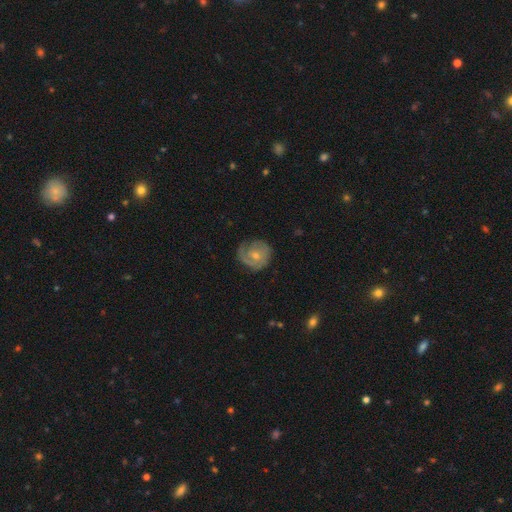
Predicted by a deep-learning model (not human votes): The model was most divided on "spiral arm count": 2: 30%, 1: 28%, can't tell: 26%, 3: 10%, 4: 3%, more than 4: 3%. More confident: edge-on disk — no (97%); spiral arms — yes (84%); bar — no (74%); smooth or featured — featured or disk (65%); merging — none (64%); bulge size — small (55%); spiral winding — tight (54%).